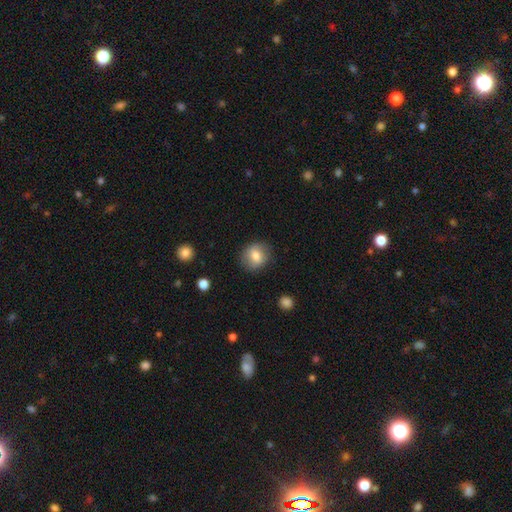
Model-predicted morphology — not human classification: Smooth or featured?
  - smooth: 75% *
  - featured or disk: 17%
  - star or artifact: 8%
How rounded?
  - round: 74% *
  - in between: 25%
  - cigar-shaped: 1%
Merging?
  - none: 84% *
  - minor disturbance: 11%
  - major disturbance: 3%
  - merger: 1%